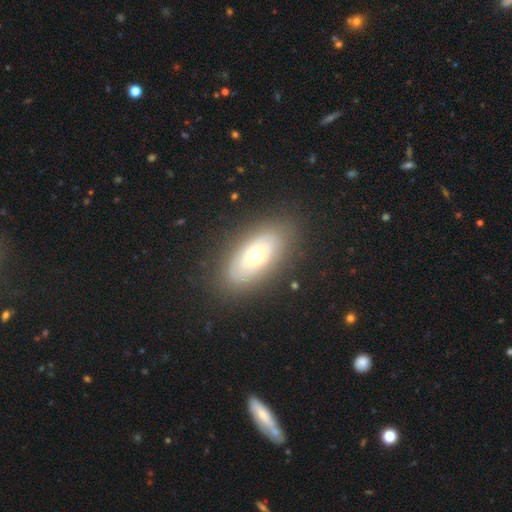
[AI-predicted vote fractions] The model was most divided on "smooth or featured": featured or disk: 52%, smooth: 41%, star or artifact: 7%. More confident: merging — none (84%); edge-on disk — no (83%).